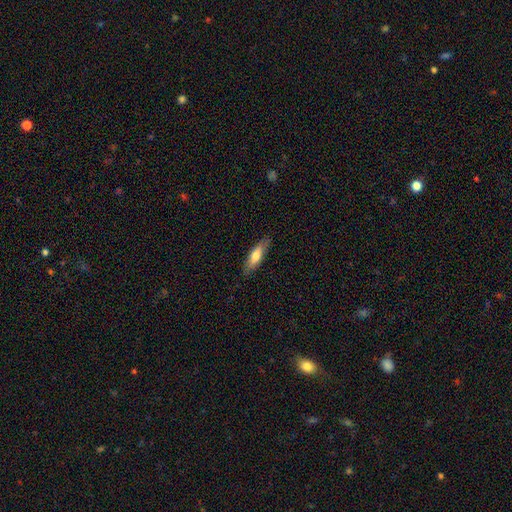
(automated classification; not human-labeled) A smooth galaxy with no disk features (66%) that is cigar-shaped (53%).

Vote fractions:
- Smooth or featured? smooth: 66% / featured or disk: 28% / star or artifact: 6%
- How rounded? cigar-shaped: 53% / in between: 45% / round: 2%
- Merging? none: 84% / minor disturbance: 12% / major disturbance: 2% / merger: 1%